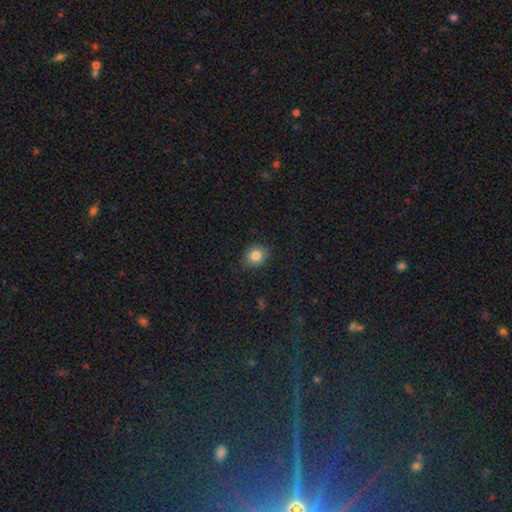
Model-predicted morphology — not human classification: smooth-or-featured: smooth: 83% | star or artifact: 10% | featured or disk: 6%
  how-rounded: round: 72% | in between: 27% | cigar-shaped: 1%
  merging: none: 86% | minor disturbance: 10% | major disturbance: 2% | merger: 1%